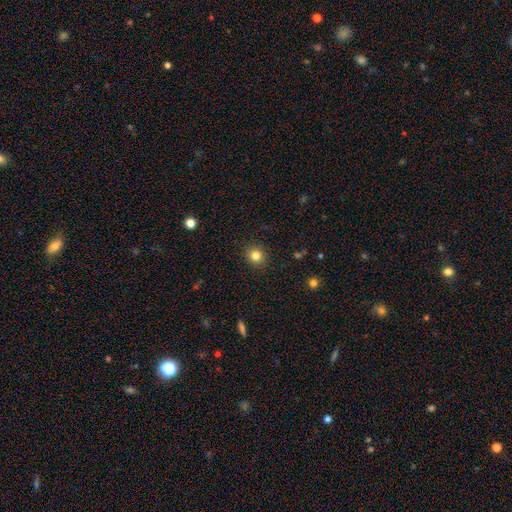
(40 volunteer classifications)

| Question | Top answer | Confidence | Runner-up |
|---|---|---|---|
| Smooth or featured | smooth | 82% | star or artifact (12%) |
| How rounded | round | 82% | in between (18%) |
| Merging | none | 97% | major disturbance (3%) |